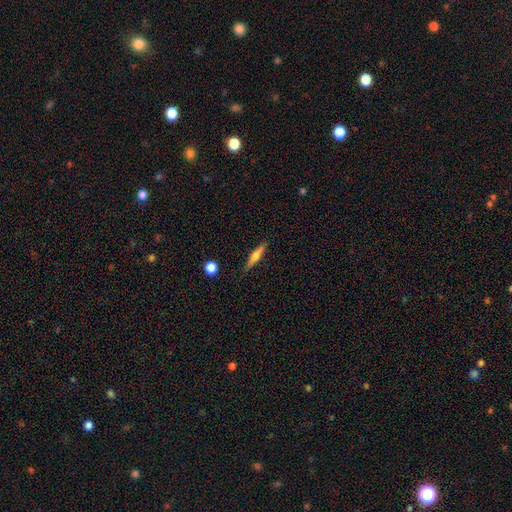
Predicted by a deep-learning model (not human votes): smooth-or-featured: smooth: 49% | featured or disk: 44% | star or artifact: 7%
  merging: none: 85% | minor disturbance: 11% | major disturbance: 2% | merger: 2%